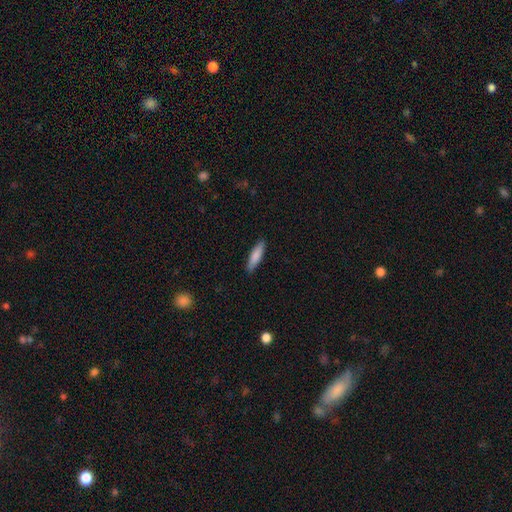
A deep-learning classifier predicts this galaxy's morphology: smooth-or-featured: smooth: 84% | featured or disk: 11% | star or artifact: 6%
  how-rounded: cigar-shaped: 69% | in between: 30% | round: 1%
  merging: none: 88% | minor disturbance: 9% | major disturbance: 2% | merger: 1%